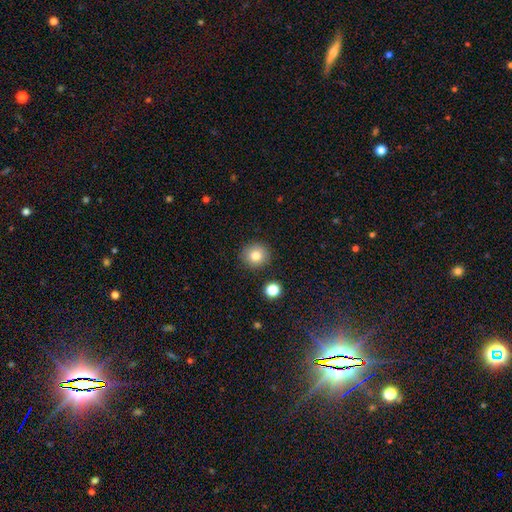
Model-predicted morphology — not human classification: Q: Smooth or featured?
A: smooth (81%); runner-up: star or artifact (11%)
Q: How rounded?
A: round (91%); runner-up: in between (8%)
Q: Merging?
A: none (89%); runner-up: minor disturbance (7%)